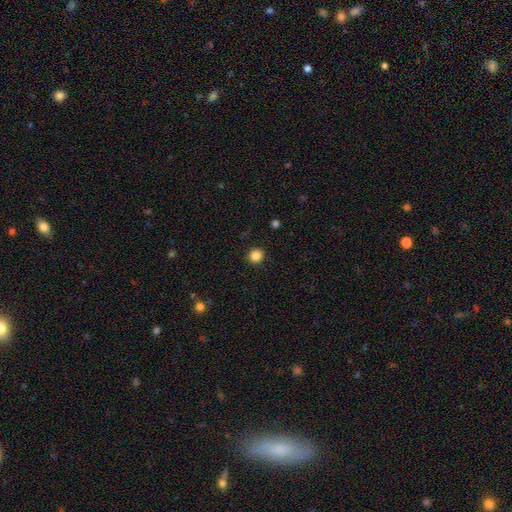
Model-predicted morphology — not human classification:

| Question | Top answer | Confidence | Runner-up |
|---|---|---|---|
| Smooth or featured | smooth | 85% | star or artifact (11%) |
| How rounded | round | 90% | in between (9%) |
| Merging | none | 92% | minor disturbance (5%) |